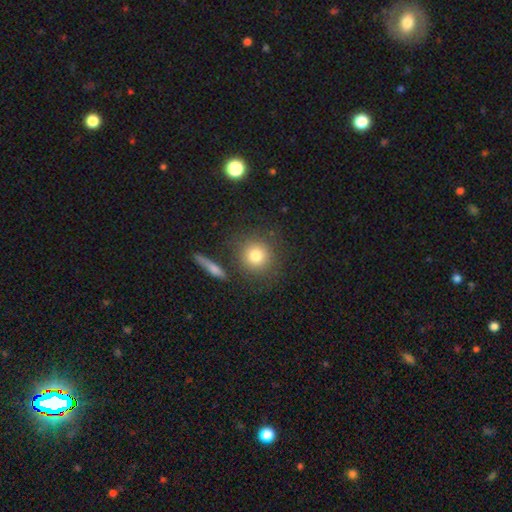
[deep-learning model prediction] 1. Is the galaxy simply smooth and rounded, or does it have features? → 79% smooth, 11% featured or disk, 10% star or artifact.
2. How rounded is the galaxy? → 90% round, 9% in between, 2% cigar-shaped.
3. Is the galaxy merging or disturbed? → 81% none, 9% minor disturbance, 7% merger, 4% major disturbance.